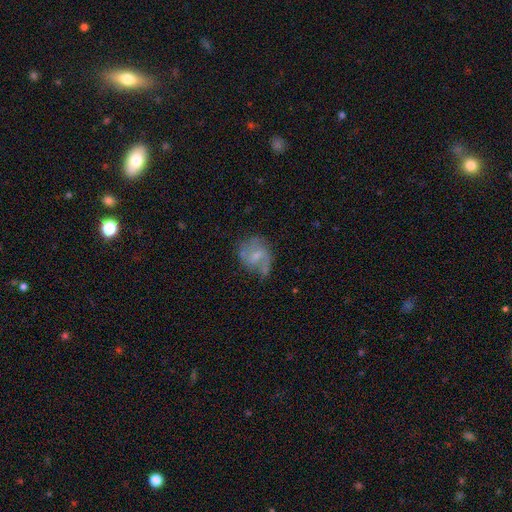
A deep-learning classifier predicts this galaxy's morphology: Smooth or featured? Predicted: featured or disk (p=0.62). Edge-on disk? Predicted: no (p=0.97). Bar? Predicted: weak (p=0.55). Spiral arms? Predicted: yes (p=0.76). Bulge size? Predicted: small (p=0.50). Merging? Predicted: none (p=0.48).